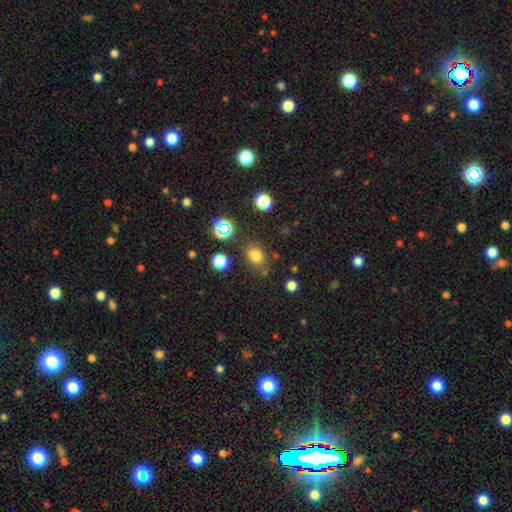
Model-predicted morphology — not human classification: Smooth or featured?
  - smooth: 71% *
  - star or artifact: 20%
  - featured or disk: 8%
How rounded?
  - in between: 61% *
  - round: 37%
  - cigar-shaped: 1%
Merging?
  - none: 72% *
  - minor disturbance: 15%
  - merger: 7%
  - major disturbance: 6%